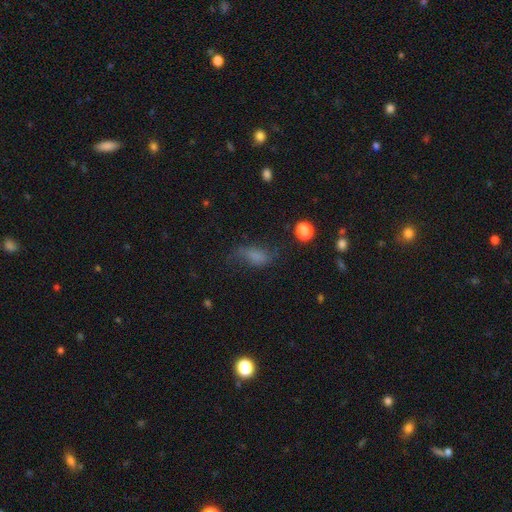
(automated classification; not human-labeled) Morphology: type=smooth (61%); roundness=in between (80%); merging=none (46%).